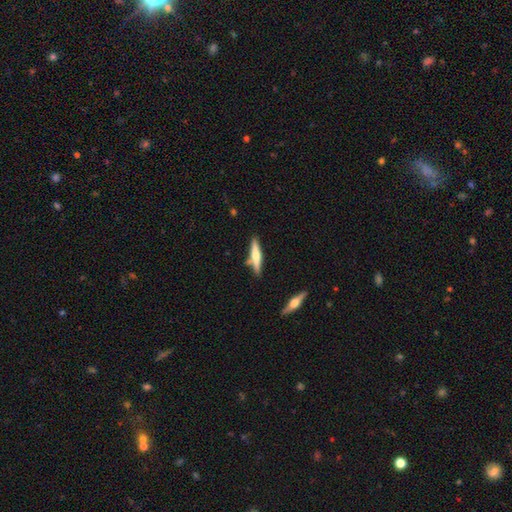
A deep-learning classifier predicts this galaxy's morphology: Smooth or featured?
  - featured or disk: 48% *
  - smooth: 46%
  - star or artifact: 5%
Merging?
  - none: 78% *
  - minor disturbance: 12%
  - merger: 7%
  - major disturbance: 2%